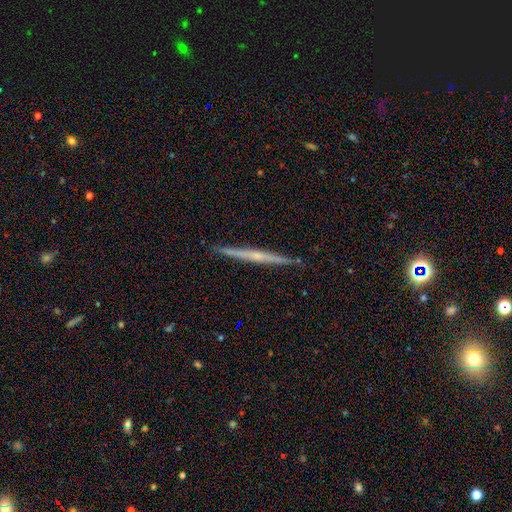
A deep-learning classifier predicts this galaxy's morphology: type=featured or disk (69%); edge-on=yes (98%); edge-on bulge=none (53%); merging=none (92%).